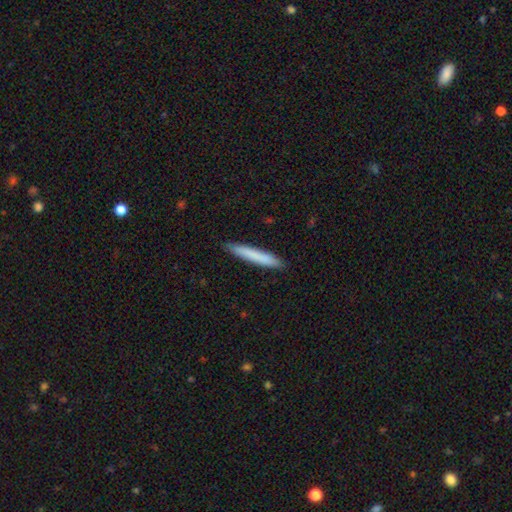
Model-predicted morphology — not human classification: Smooth or featured? Predicted: smooth (p=0.79). How rounded? Predicted: cigar-shaped (p=0.95). Merging? Predicted: none (p=0.90).